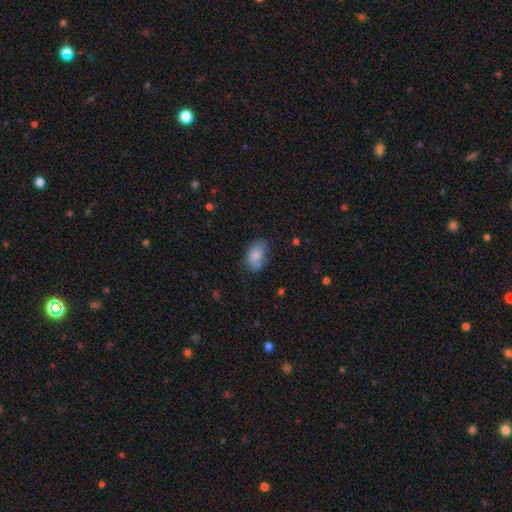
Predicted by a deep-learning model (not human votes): smooth-or-featured: smooth: 80% | featured or disk: 12% | star or artifact: 8%
  how-rounded: in between: 89% | round: 9% | cigar-shaped: 2%
  merging: none: 62% | minor disturbance: 27% | major disturbance: 7% | merger: 4%